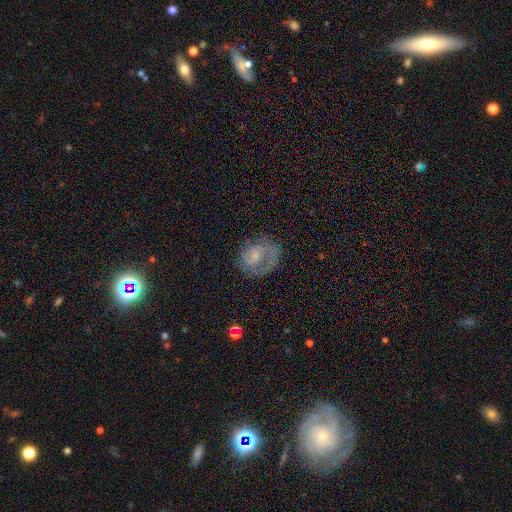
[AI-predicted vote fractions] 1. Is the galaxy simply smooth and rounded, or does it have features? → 49% featured or disk, 40% smooth, 11% star or artifact.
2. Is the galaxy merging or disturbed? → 52% none, 23% minor disturbance, 22% major disturbance, 2% merger.